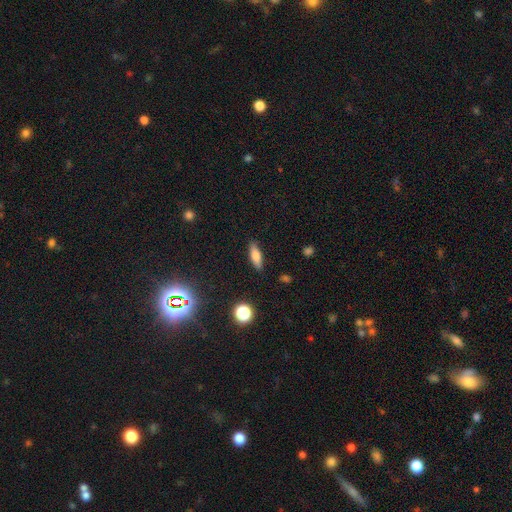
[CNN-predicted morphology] Smooth or featured? Predicted: smooth (p=0.71). How rounded? Predicted: in between (p=0.52). Merging? Predicted: none (p=0.88).